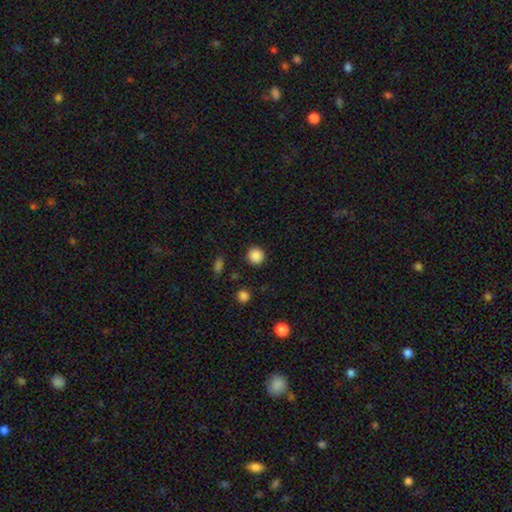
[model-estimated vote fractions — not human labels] Smooth or featured: smooth — 87% (star or artifact — 10%)
How rounded: round — 94% (in between — 5%)
Merging: none — 90% (minor disturbance — 6%)